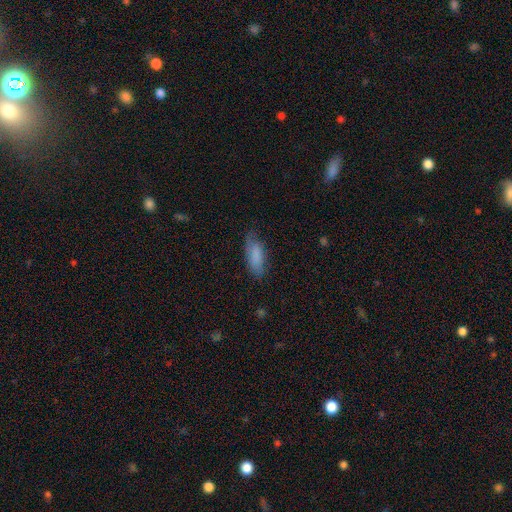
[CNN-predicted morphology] A smooth galaxy with no disk features (81%) that is in between round and cigar-shaped (72%). Merging: none (69%).